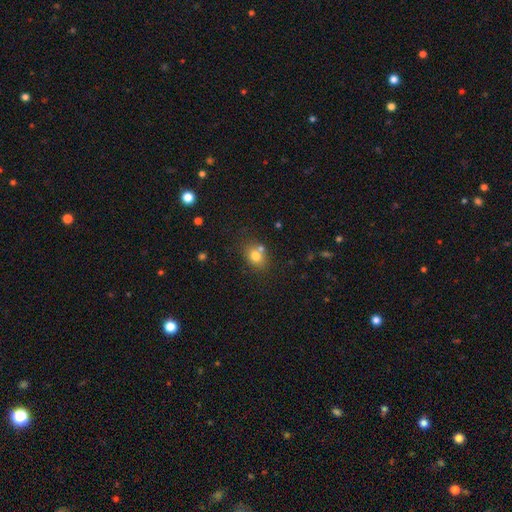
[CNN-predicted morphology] smooth-or-featured: smooth: 75% | featured or disk: 12% | star or artifact: 12%
  how-rounded: in between: 52% | round: 47% | cigar-shaped: 1%
  merging: none: 59% | merger: 23% | minor disturbance: 14% | major disturbance: 4%